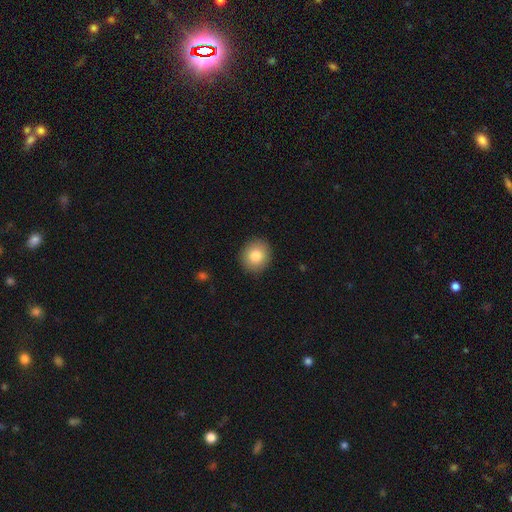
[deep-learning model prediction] smooth-or-featured: smooth: 82% | featured or disk: 9% | star or artifact: 8%
  how-rounded: round: 82% | in between: 18% | cigar-shaped: 1%
  merging: none: 91% | minor disturbance: 7% | major disturbance: 2% | merger: 1%